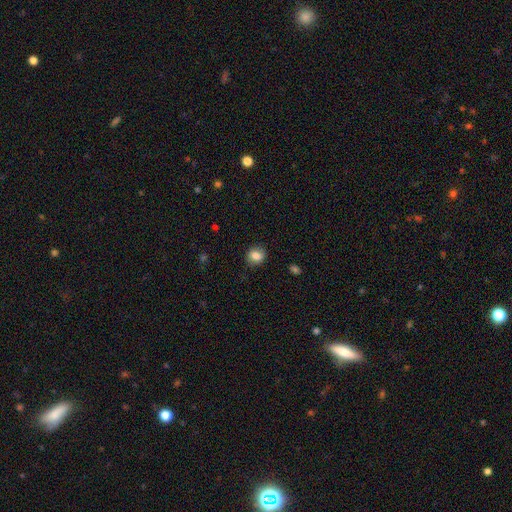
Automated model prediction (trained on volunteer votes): smooth 79%, featured or disk 12%, star or artifact 9%. Down the decision tree: how rounded — round (60%); merging — none (80%).